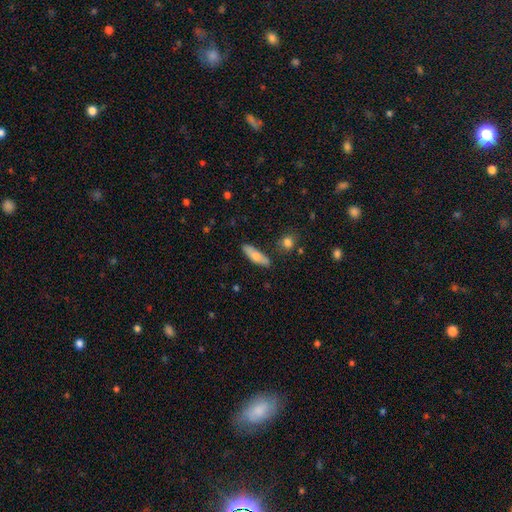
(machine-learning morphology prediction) Smooth or featured? Predicted: smooth (p=0.70). How rounded? Predicted: cigar-shaped (p=0.57). Merging? Predicted: none (p=0.83).